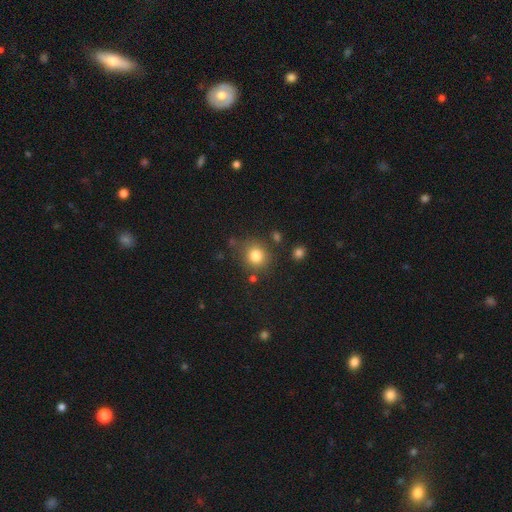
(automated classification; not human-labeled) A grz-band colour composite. It shows a smooth galaxy with no disk features (82%) that is round (86%). Merging: none (78%).